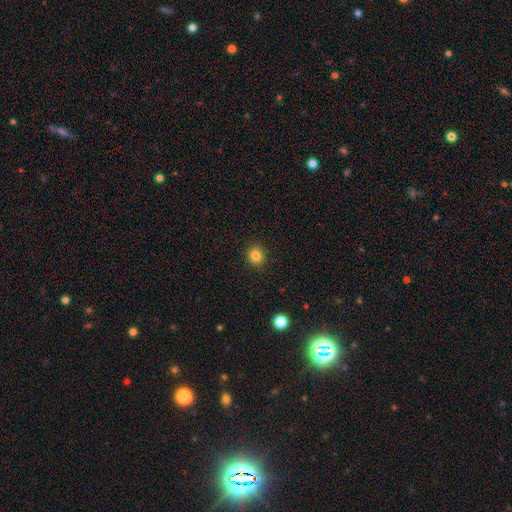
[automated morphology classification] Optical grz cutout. It shows a smooth galaxy with no disk features (82%) that is round (84%). Merging: none (91%).